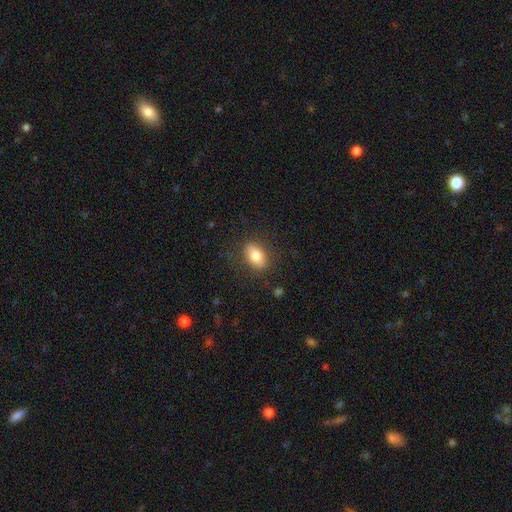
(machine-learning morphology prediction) smooth-or-featured: smooth: 76% | featured or disk: 16% | star or artifact: 8%
  how-rounded: in between: 84% | round: 11% | cigar-shaped: 5%
  merging: none: 84% | minor disturbance: 11% | major disturbance: 4% | merger: 1%